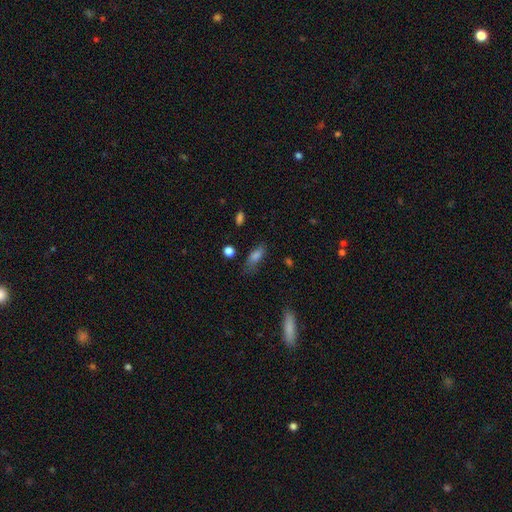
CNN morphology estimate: Smooth or featured? Predicted: smooth (p=0.76). How rounded? Predicted: in between (p=0.69). Merging? Predicted: none (p=0.60).